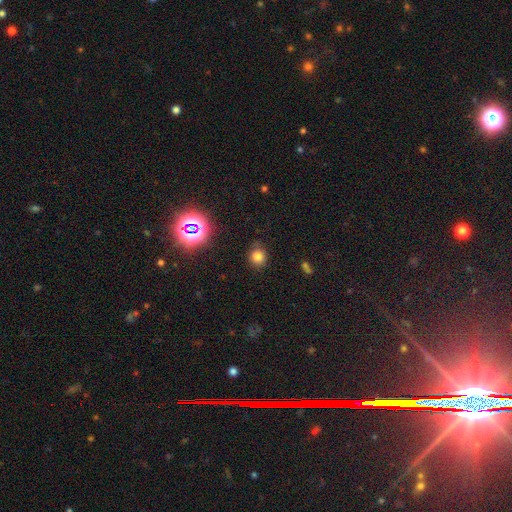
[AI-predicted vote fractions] smooth_or_featured: smooth (p=0.75) [alt: star or artifact p=0.19]
how_rounded: round (p=0.75) [alt: in between p=0.24]
merging: none (p=0.77) [alt: minor disturbance p=0.17]